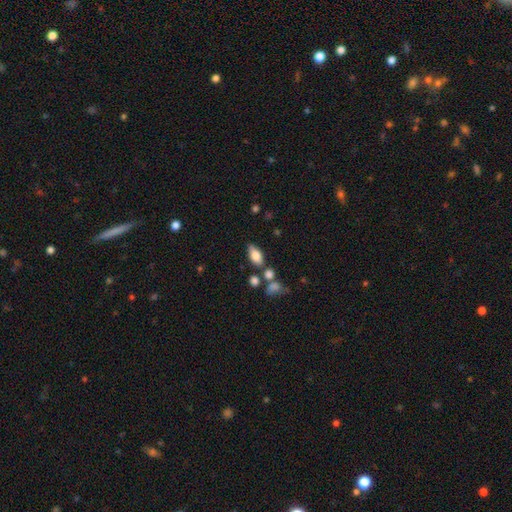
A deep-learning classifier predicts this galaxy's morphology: A smooth galaxy with no disk features (76%) that is in between round and cigar-shaped (87%).

Vote fractions:
- Smooth or featured? smooth: 76% / featured or disk: 16% / star or artifact: 8%
- How rounded? in between: 87% / cigar-shaped: 7% / round: 6%
- Merging? none: 63% / minor disturbance: 17% / merger: 14% / major disturbance: 6%